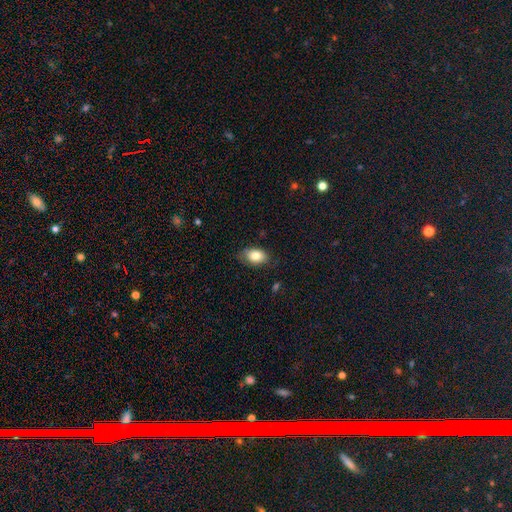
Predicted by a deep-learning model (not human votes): Smooth or featured? Predicted: smooth (p=0.80). How rounded? Predicted: in between (p=0.88). Merging? Predicted: none (p=0.73).